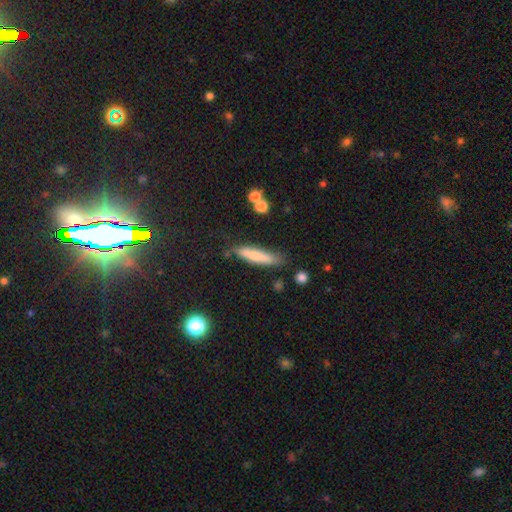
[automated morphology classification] type=smooth (71%); roundness=cigar-shaped (82%); merging=none (72%).